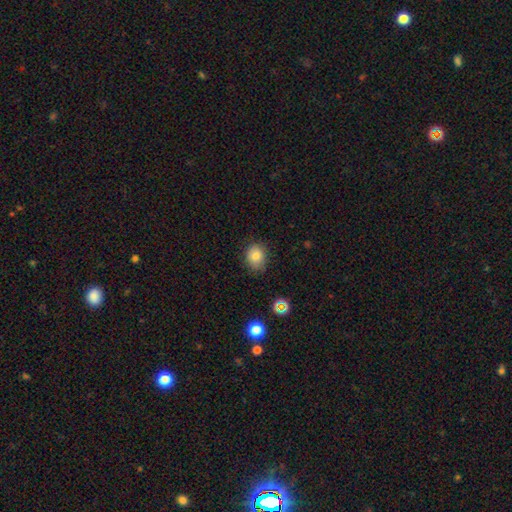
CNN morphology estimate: smooth 79%, star or artifact 12%, featured or disk 9%. Down the decision tree: how rounded — round (58%); merging — none (80%).